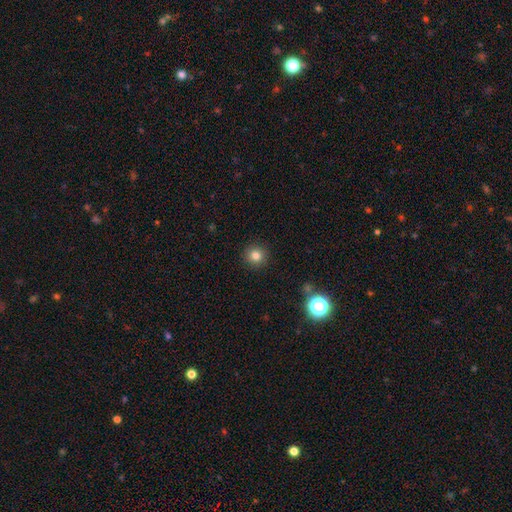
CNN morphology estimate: smooth_or_featured: smooth (p=0.82) [alt: star or artifact p=0.12]
how_rounded: round (p=0.93) [alt: in between p=0.06]
merging: none (p=0.92) [alt: minor disturbance p=0.05]